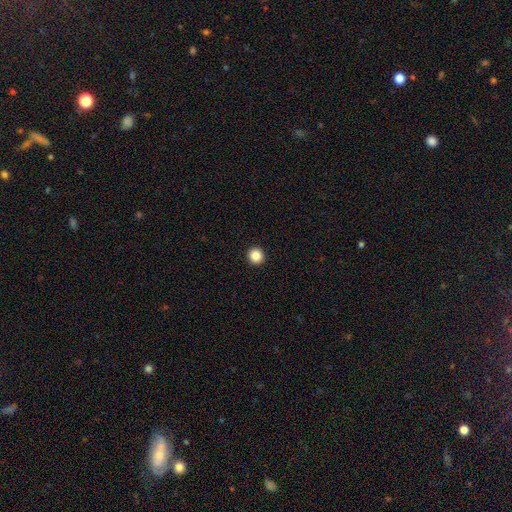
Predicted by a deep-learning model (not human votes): Smooth or featured? smooth (87%)
How rounded? round (95%)
Merging? none (94%)